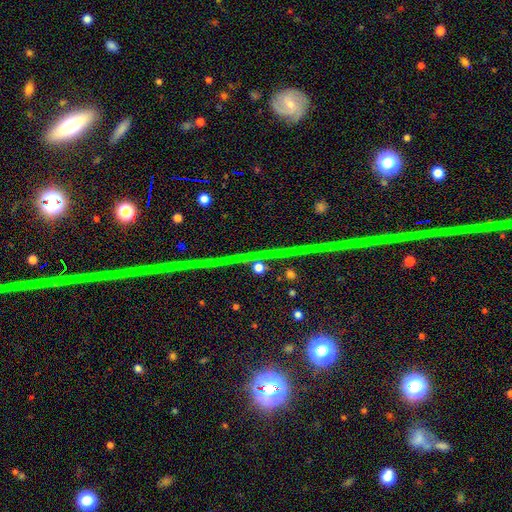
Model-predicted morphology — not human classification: smooth-or-featured: star or artifact: 75% | featured or disk: 15% | smooth: 11%